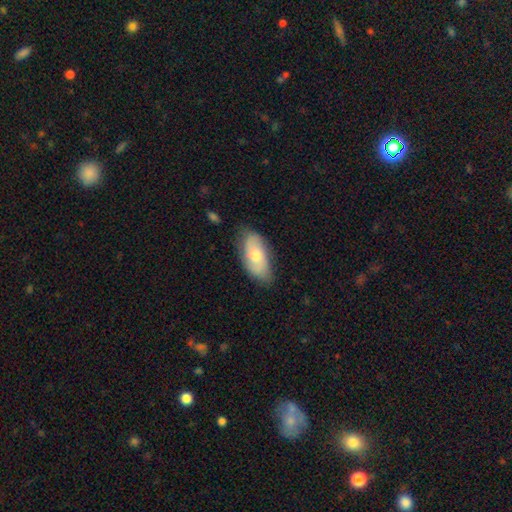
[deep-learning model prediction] Morphology: type=smooth (56%); roundness=in between (90%); merging=none (73%).